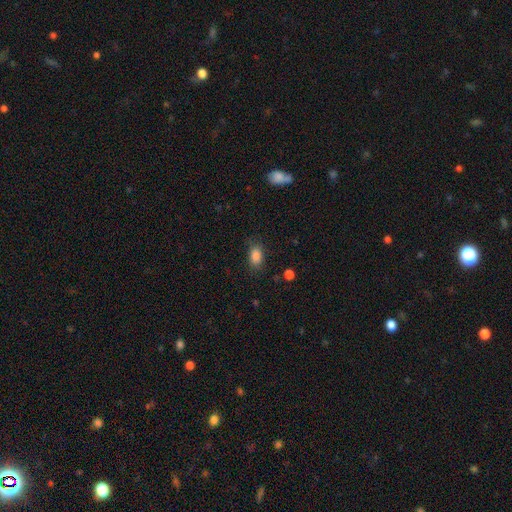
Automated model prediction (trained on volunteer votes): Smooth or featured? Predicted: smooth (p=0.85). How rounded? Predicted: in between (p=0.86). Merging? Predicted: none (p=0.80).